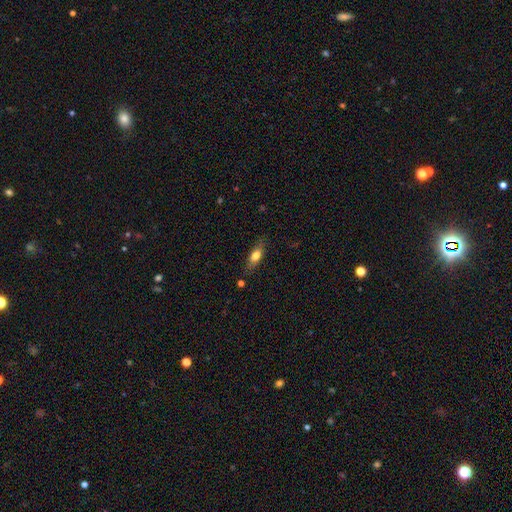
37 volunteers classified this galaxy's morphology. Overall: smooth (57%; featured or disk 38%). How rounded: cigar-shaped (48%; in between 43%). Merging: none (91%).